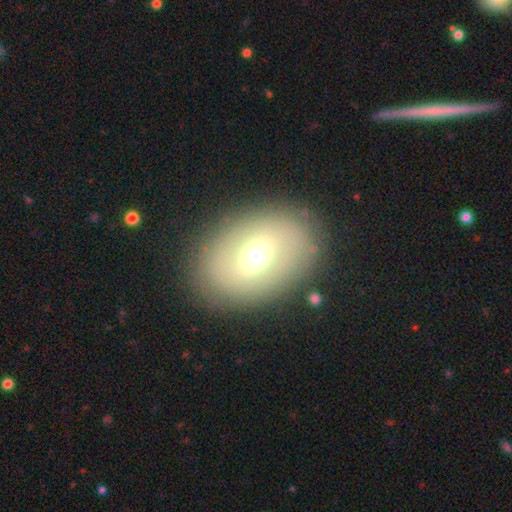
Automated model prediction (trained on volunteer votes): Overall: smooth (53%; featured or disk 37%). How rounded: in between (82%). Merging: none (85%).